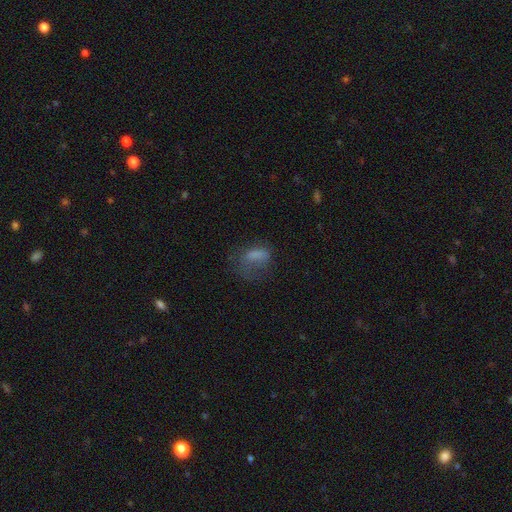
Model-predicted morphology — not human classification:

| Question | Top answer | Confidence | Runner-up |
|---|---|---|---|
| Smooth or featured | smooth | 67% | featured or disk (19%) |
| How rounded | in between | 78% | round (13%) |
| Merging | major disturbance | 44% | none (31%) |